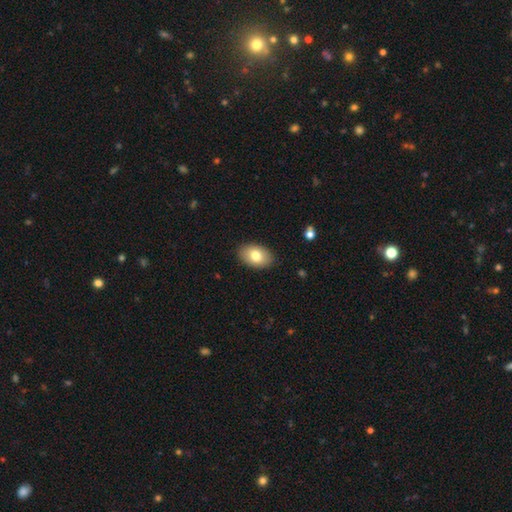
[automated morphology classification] This appears to be a smooth galaxy with no disk features (79%) that is in between round and cigar-shaped (88%). Merging: none (88%).